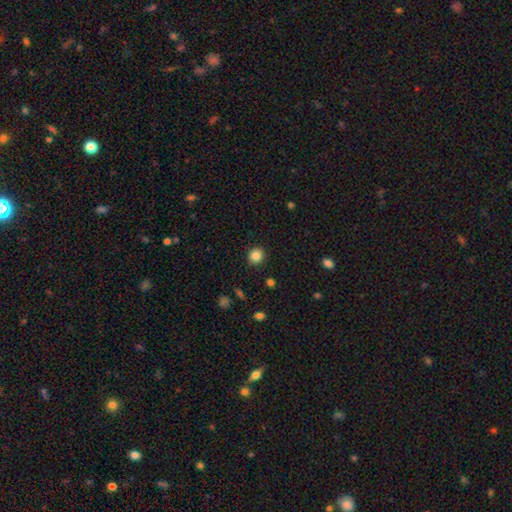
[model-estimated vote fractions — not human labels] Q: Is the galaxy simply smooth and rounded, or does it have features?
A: smooth — 85%.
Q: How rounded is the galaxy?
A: round — 89%.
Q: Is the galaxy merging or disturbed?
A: none — 91%.